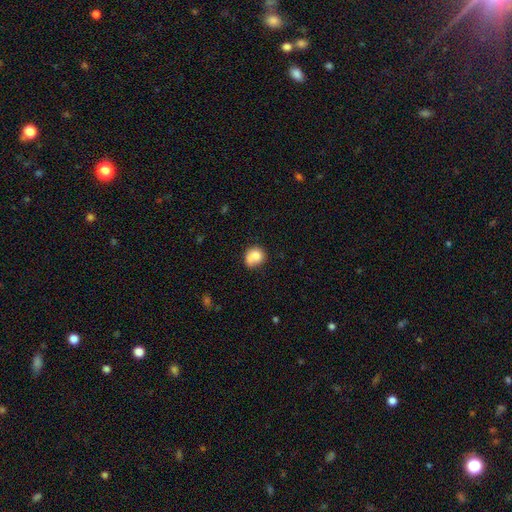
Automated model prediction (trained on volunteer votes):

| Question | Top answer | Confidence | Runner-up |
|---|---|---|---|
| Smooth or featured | smooth | 77% | featured or disk (15%) |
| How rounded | round | 72% | in between (27%) |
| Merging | none | 44% | merger (24%) |